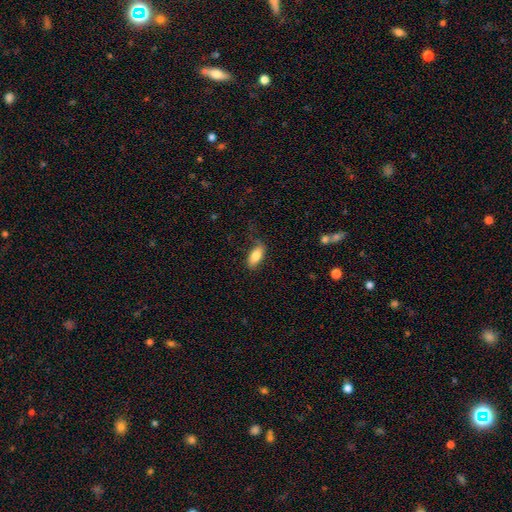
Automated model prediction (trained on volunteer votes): Smooth or featured? smooth (82%)
How rounded? in between (86%)
Merging? none (71%)